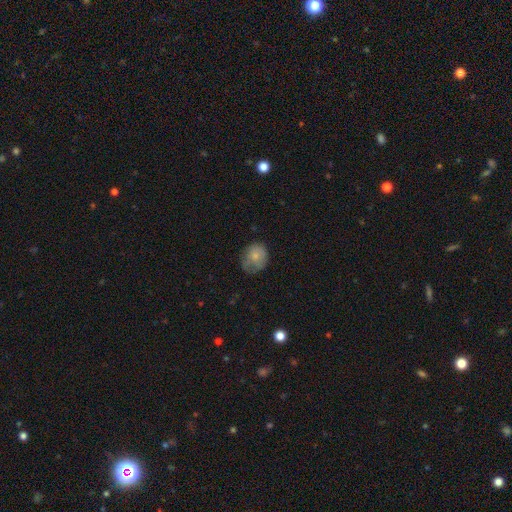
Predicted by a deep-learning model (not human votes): A smooth galaxy with no disk features (74%) that is round (64%). Merging: none (52%).